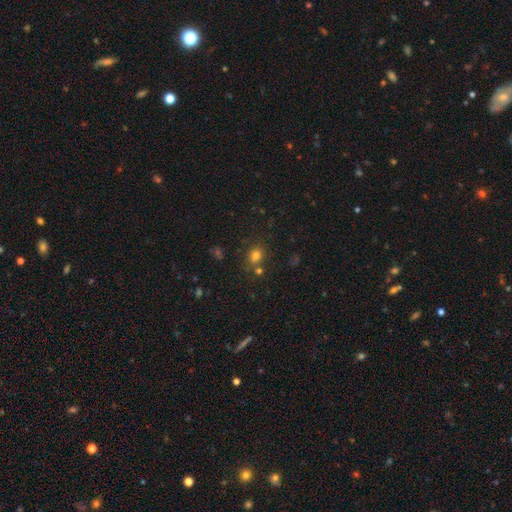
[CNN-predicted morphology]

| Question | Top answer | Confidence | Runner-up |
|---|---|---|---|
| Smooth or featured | smooth | 74% | star or artifact (17%) |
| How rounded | round | 58% | in between (40%) |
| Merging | none | 66% | merger (16%) |